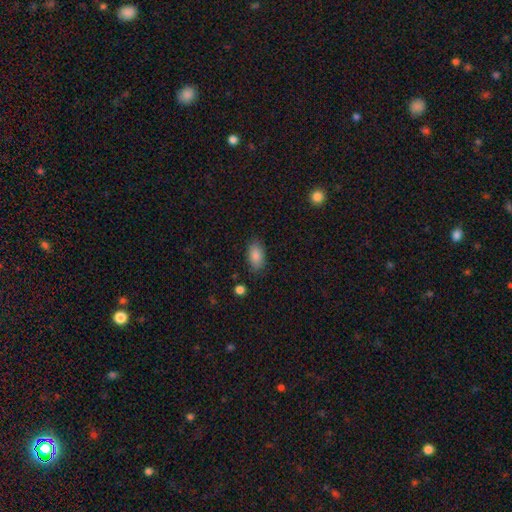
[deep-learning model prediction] smooth_or_featured: smooth (p=0.86) [alt: star or artifact p=0.07]
how_rounded: in between (p=0.92) [alt: round p=0.05]
merging: none (p=0.85) [alt: minor disturbance p=0.11]